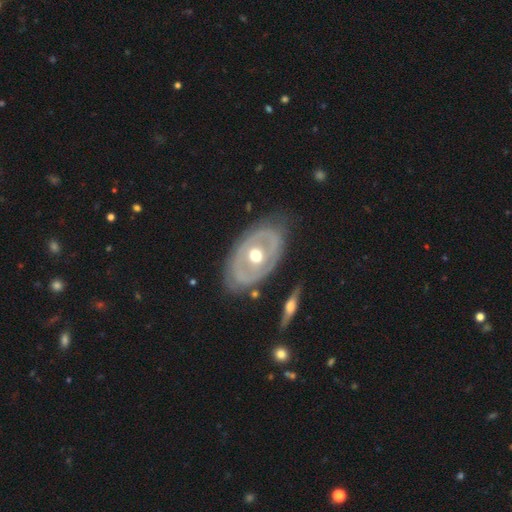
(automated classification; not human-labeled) This appears to be a featured or disk galaxy (72%) with no bar (79%), no spiral arms (71%) and a moderate central bulge (78%). Merging: none (74%).